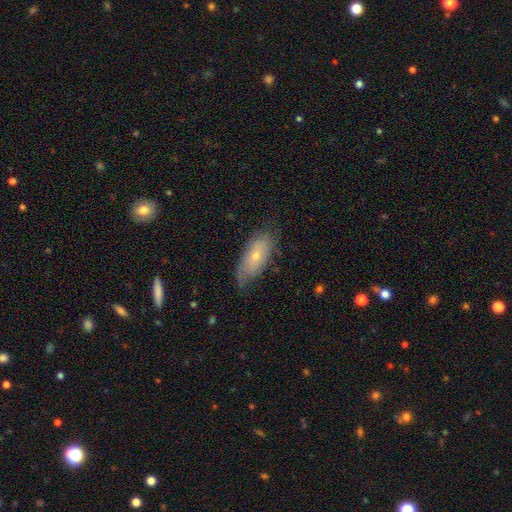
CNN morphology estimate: Smooth or featured: smooth — 54% (featured or disk — 39%)
How rounded: in between — 81% (cigar-shaped — 16%)
Merging: none — 64% (minor disturbance — 27%)